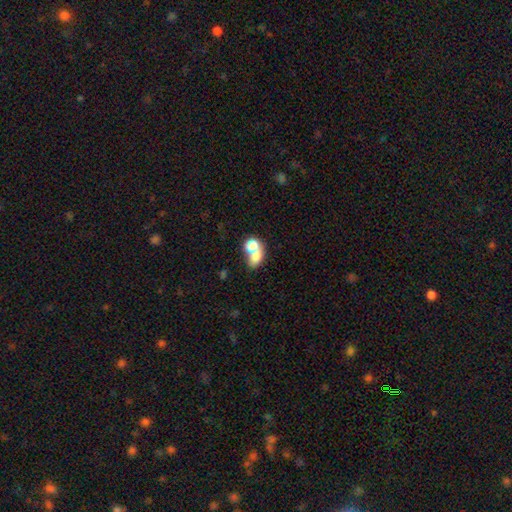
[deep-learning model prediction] smooth-or-featured: smooth: 71% | featured or disk: 16% | star or artifact: 13%
  how-rounded: in between: 59% | round: 39% | cigar-shaped: 1%
  merging: merger: 56% | none: 31% | minor disturbance: 8% | major disturbance: 5%